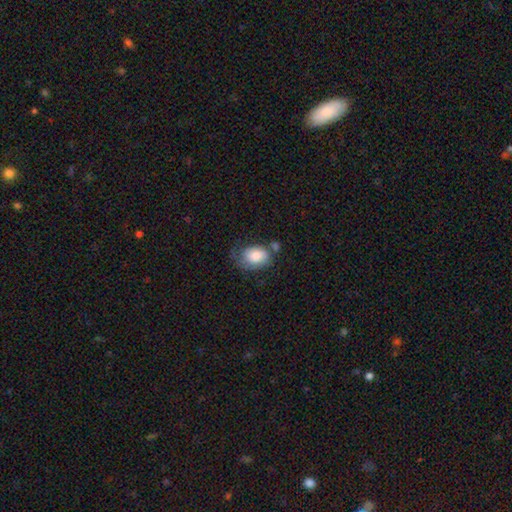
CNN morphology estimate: Q: Smooth or featured?
A: smooth (78%); runner-up: featured or disk (15%)
Q: How rounded?
A: in between (77%); runner-up: round (22%)
Q: Merging?
A: none (42%); runner-up: minor disturbance (30%)